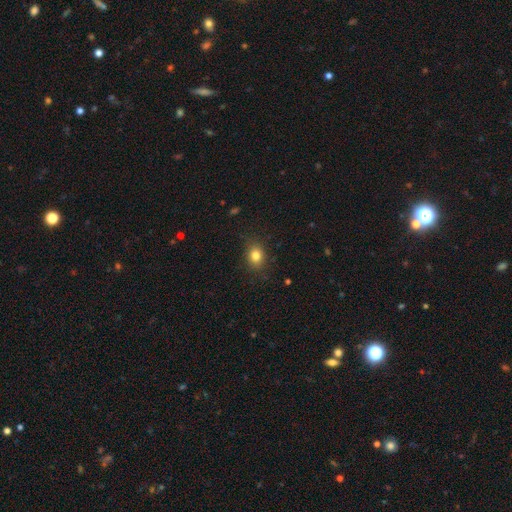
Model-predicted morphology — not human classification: smooth_or_featured: smooth (p=0.81) [alt: star or artifact p=0.11]
how_rounded: in between (p=0.51) [alt: round p=0.48]
merging: none (p=0.84) [alt: minor disturbance p=0.11]